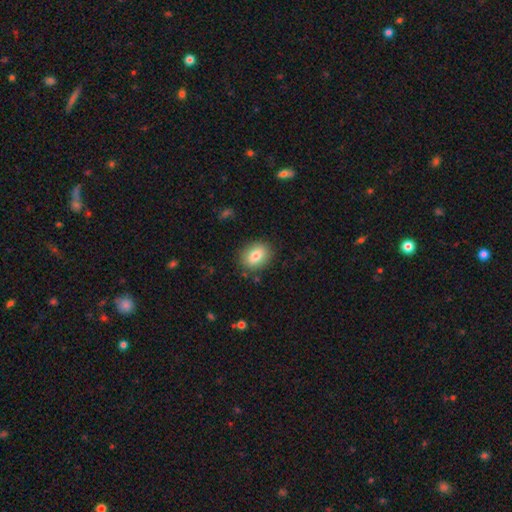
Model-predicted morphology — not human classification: This is likely a smooth galaxy (80%). How rounded: likely in between (67%). Merging: clearly none (85%).